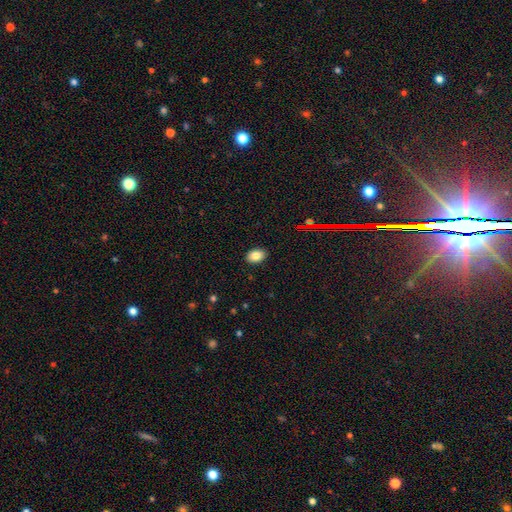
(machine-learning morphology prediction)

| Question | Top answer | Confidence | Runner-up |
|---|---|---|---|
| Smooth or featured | smooth | 84% | star or artifact (10%) |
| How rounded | in between | 79% | round (20%) |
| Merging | none | 89% | minor disturbance (8%) |